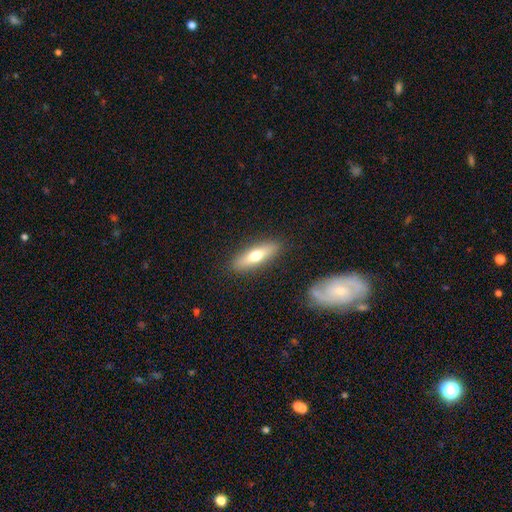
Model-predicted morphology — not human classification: Smooth or featured? smooth (61%)
How rounded? cigar-shaped (61%)
Merging? none (88%)